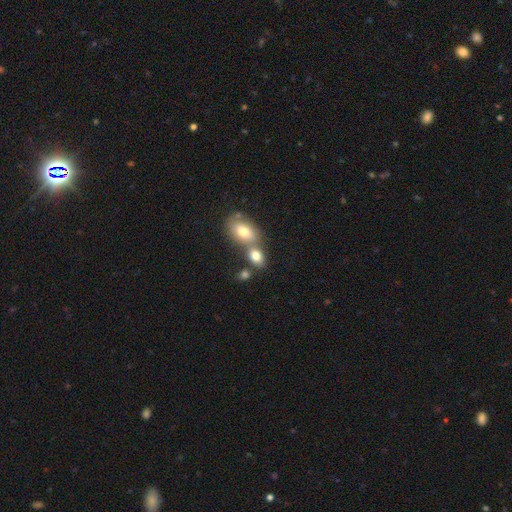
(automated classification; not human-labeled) Smooth or featured?
  - smooth: 78% *
  - featured or disk: 13%
  - star or artifact: 9%
How rounded?
  - in between: 80% *
  - round: 18%
  - cigar-shaped: 2%
Merging?
  - merger: 50% *
  - none: 36%
  - minor disturbance: 10%
  - major disturbance: 4%